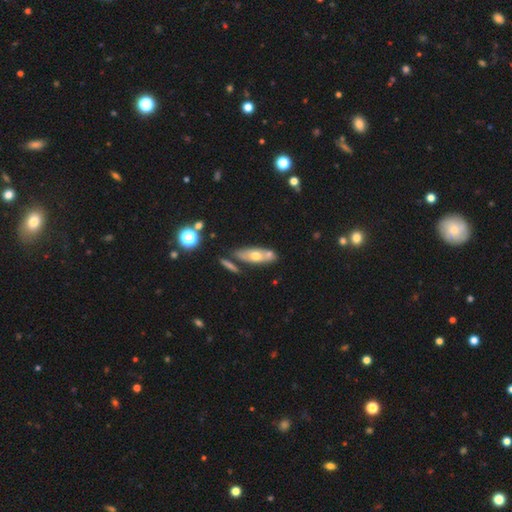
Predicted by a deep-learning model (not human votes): Morphology: type=smooth (47%); merging=none (59%).